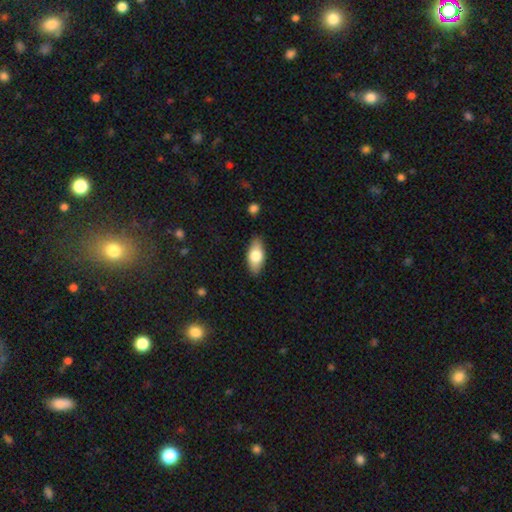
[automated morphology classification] Q: Smooth or featured?
A: smooth (73%); runner-up: featured or disk (21%)
Q: How rounded?
A: in between (88%); runner-up: cigar-shaped (9%)
Q: Merging?
A: none (86%); runner-up: minor disturbance (10%)